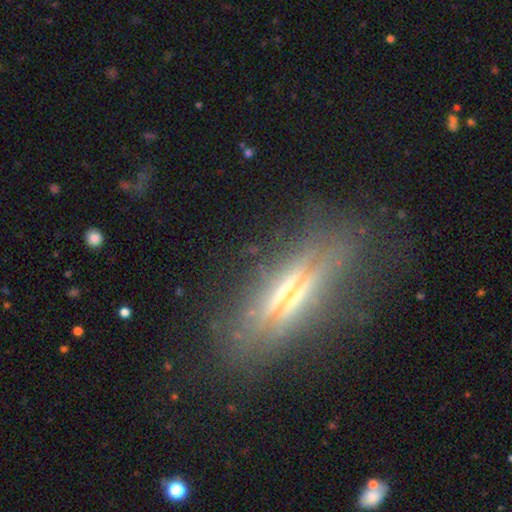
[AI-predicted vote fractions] Smooth or featured: featured or disk — 69% (smooth — 20%)
Edge-on disk: yes — 86% (no — 14%)
Edge-on bulge: rounded — 72% (none — 15%)
Merging: none — 75% (minor disturbance — 15%)